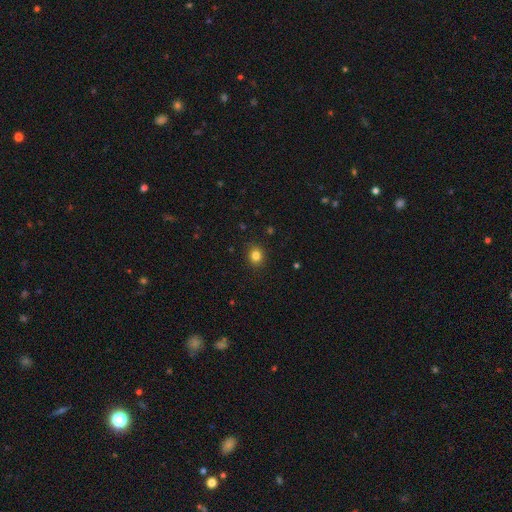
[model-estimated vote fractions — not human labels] Morphology: type=smooth (83%); roundness=round (74%); merging=none (89%).